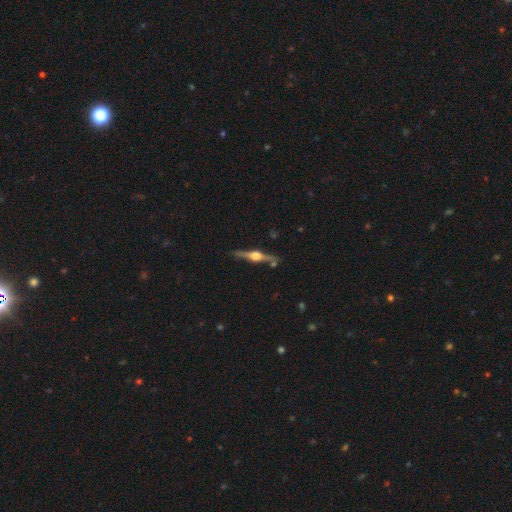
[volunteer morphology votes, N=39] Q: Smooth or featured?
A: featured or disk (90%); runner-up: star or artifact (8%)
Q: Edge-on disk?
A: yes (97%); runner-up: no (3%)
Q: Edge-on bulge?
A: rounded (100%)
Q: Merging?
A: none (97%); runner-up: minor disturbance (3%)